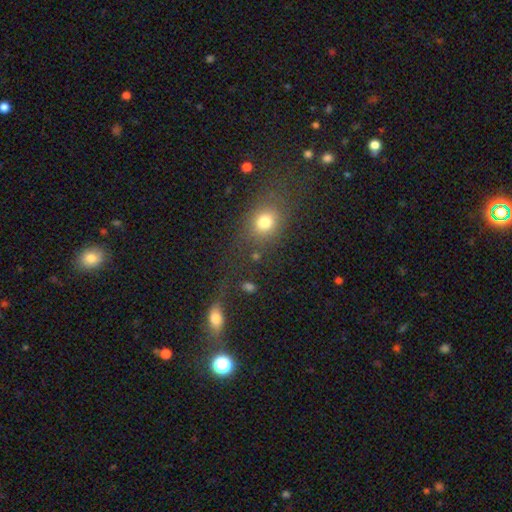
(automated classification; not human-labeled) Smooth or featured: smooth — 72% (star or artifact — 17%)
How rounded: round — 58% (in between — 39%)
Merging: none — 66% (minor disturbance — 14%)